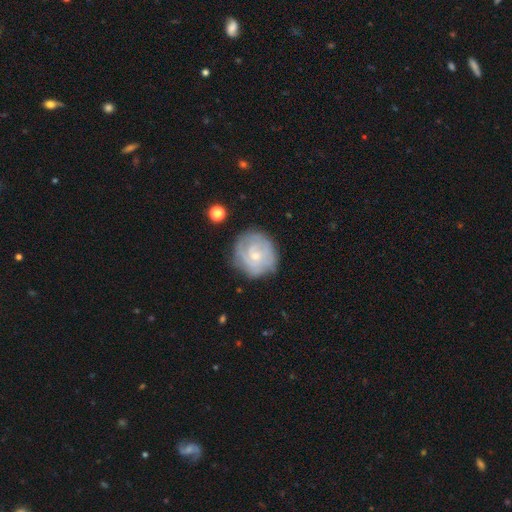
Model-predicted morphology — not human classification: The model was most divided on "spiral arm count": can't tell: 43%, 2: 22%, 3: 19%, 4: 7%, 1: 5%, more than 4: 4%. More confident: edge-on disk — no (98%); spiral arms — yes (87%); smooth or featured — featured or disk (73%); bulge size — small (72%); merging — none (72%); bar — no (68%); spiral winding — tight (67%).